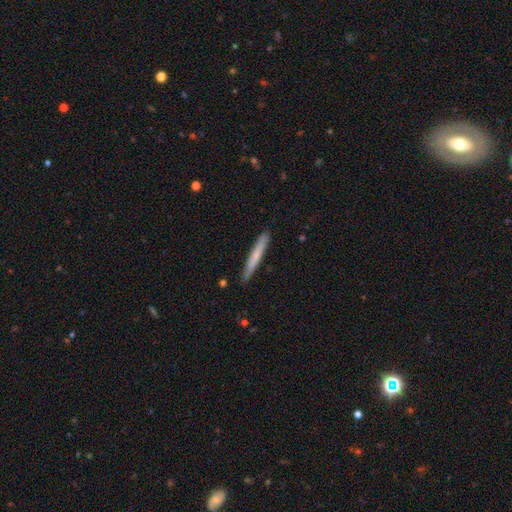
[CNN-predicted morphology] Smooth or featured?
  - smooth: 61% *
  - featured or disk: 34%
  - star or artifact: 5%
How rounded?
  - cigar-shaped: 96% *
  - in between: 2%
  - round: 1%
Merging?
  - none: 89% *
  - minor disturbance: 9%
  - major disturbance: 1%
  - merger: 1%